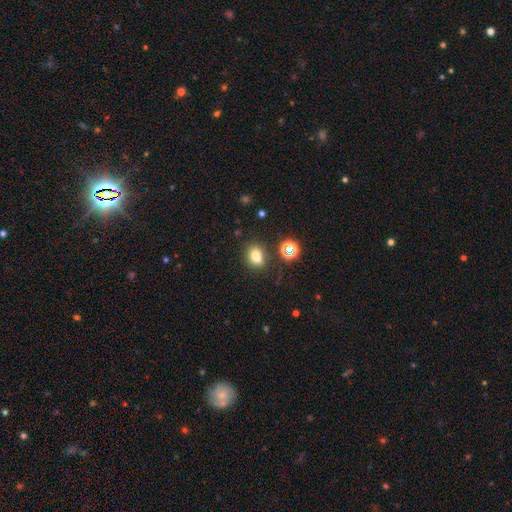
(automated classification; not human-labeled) A smooth galaxy with no disk features (74%) that is in between round and cigar-shaped (60%).

Vote fractions:
- Smooth or featured? smooth: 74% / star or artifact: 16% / featured or disk: 9%
- How rounded? in between: 60% / round: 39% / cigar-shaped: 2%
- Merging? none: 68% / minor disturbance: 14% / merger: 14% / major disturbance: 4%